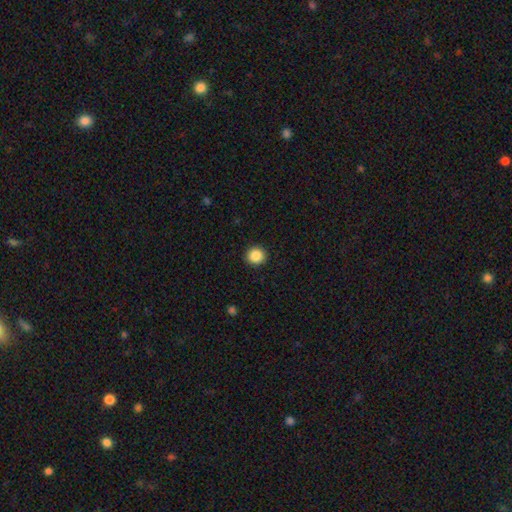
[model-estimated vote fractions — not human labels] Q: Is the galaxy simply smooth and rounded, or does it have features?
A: smooth — 87%.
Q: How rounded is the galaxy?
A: round — 92%.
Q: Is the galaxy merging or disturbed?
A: none — 93%.